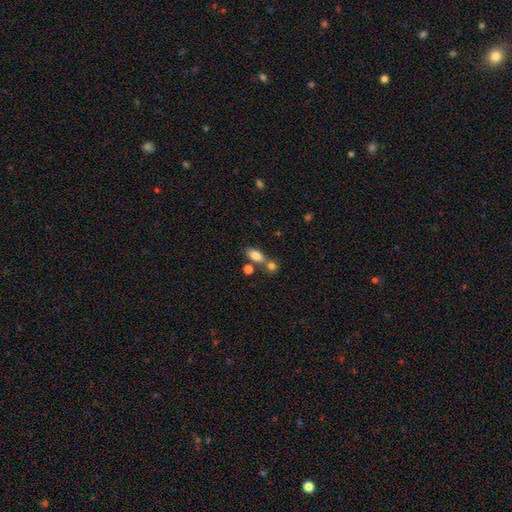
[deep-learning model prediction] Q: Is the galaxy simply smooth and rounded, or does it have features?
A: smooth — 81%.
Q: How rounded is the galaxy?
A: in between — 86%.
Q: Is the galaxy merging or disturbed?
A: none — 53%.